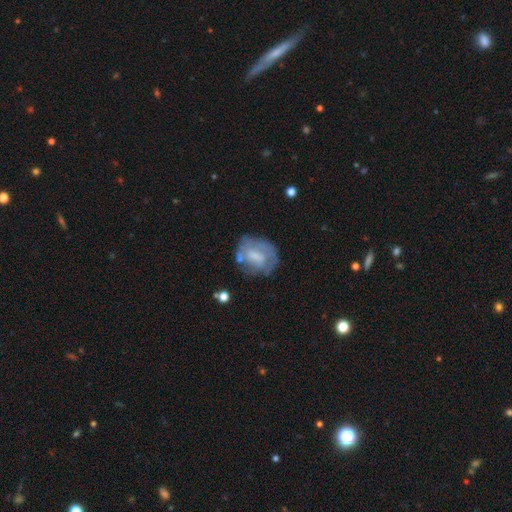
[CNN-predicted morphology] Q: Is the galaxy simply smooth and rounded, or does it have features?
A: featured or disk — 52%.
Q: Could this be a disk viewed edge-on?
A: no — 97%.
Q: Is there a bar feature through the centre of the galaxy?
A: no — 46%.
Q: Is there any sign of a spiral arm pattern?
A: no — 58%.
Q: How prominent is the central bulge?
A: moderate — 33%.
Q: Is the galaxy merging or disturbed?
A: none — 56%.